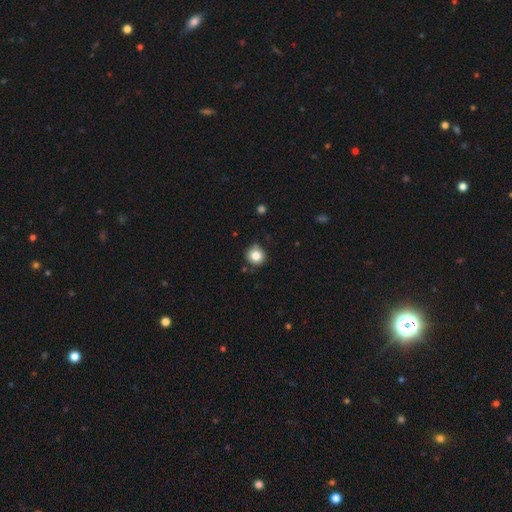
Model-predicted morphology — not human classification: type=smooth (84%); roundness=round (92%); merging=none (83%).